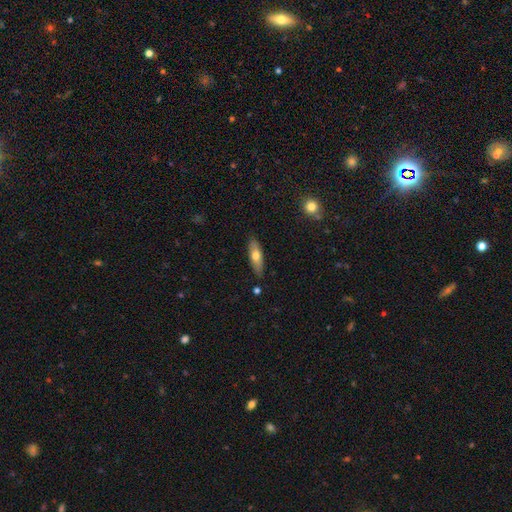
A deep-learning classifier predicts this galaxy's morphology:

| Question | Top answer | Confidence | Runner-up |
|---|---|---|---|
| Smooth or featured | smooth | 61% | featured or disk (33%) |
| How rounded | in between | 50% | cigar-shaped (48%) |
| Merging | none | 84% | minor disturbance (12%) |